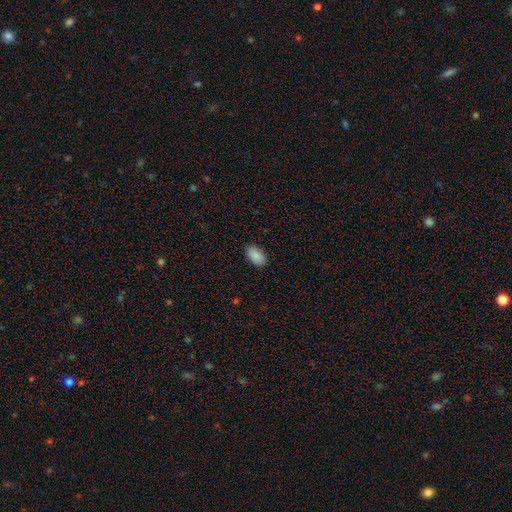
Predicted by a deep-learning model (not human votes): Morphology: type=smooth (90%); roundness=in between (94%); merging=none (87%).